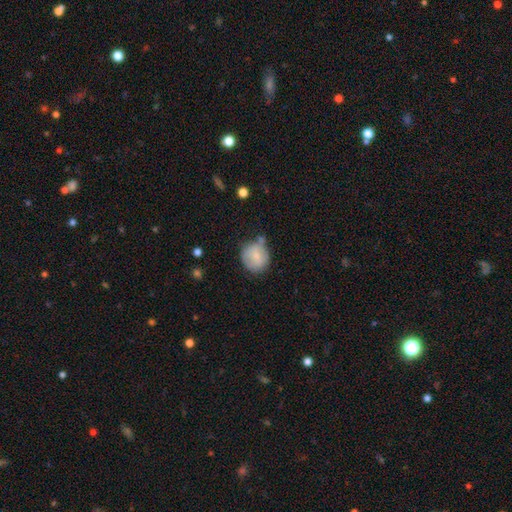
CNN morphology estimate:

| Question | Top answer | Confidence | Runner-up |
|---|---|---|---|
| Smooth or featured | smooth | 74% | featured or disk (19%) |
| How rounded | round | 79% | in between (20%) |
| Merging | none | 57% | minor disturbance (26%) |